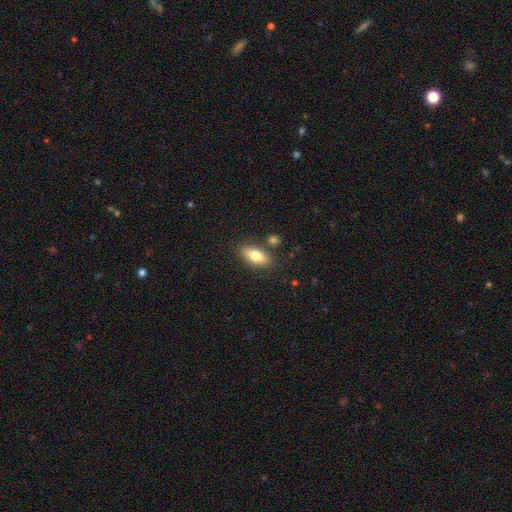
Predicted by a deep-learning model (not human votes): Q: Smooth or featured?
A: smooth (78%); runner-up: featured or disk (15%)
Q: How rounded?
A: in between (85%); runner-up: cigar-shaped (11%)
Q: Merging?
A: none (79%); runner-up: minor disturbance (11%)